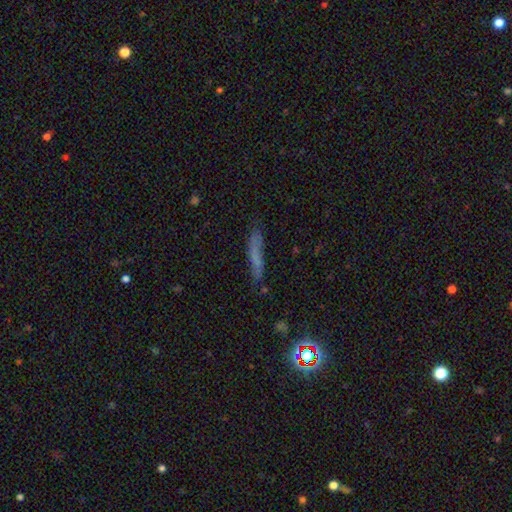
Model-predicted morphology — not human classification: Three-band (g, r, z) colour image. It shows a smooth galaxy with no disk features (55%) that is cigar-shaped (87%). Merging: none (69%).